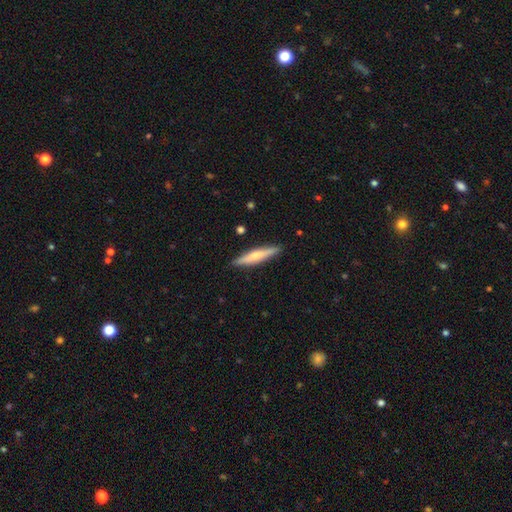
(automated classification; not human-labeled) Overall: smooth (55%; featured or disk 39%). How rounded: cigar-shaped (89%). Merging: none (90%).